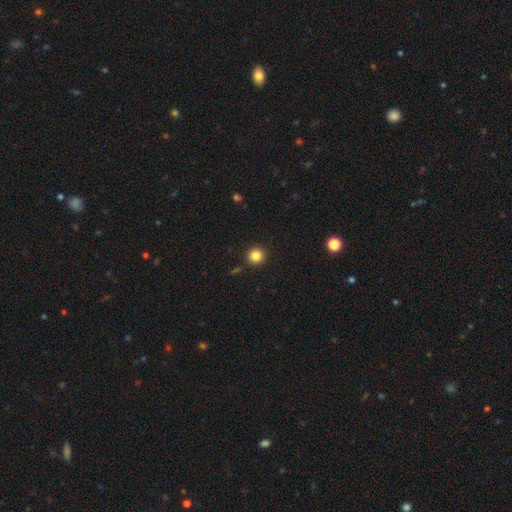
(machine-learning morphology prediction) type=smooth (84%); roundness=round (94%); merging=none (91%).